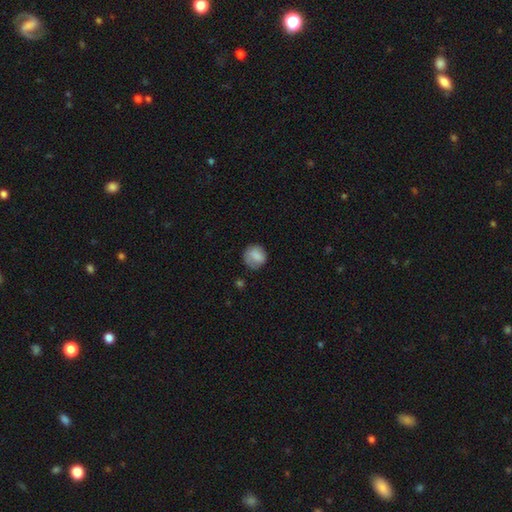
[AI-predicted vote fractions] The model was most divided on "merging": none: 68%, minor disturbance: 22%, major disturbance: 8%, merger: 2%. More confident: smooth or featured — smooth (82%); how rounded — round (82%).